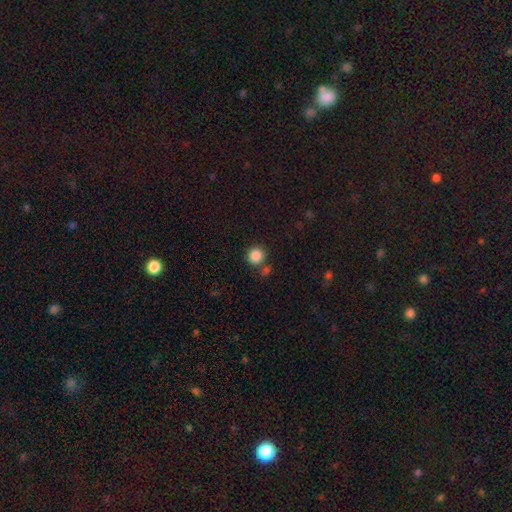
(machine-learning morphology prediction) Q: Smooth or featured?
A: smooth (86%); runner-up: star or artifact (10%)
Q: How rounded?
A: round (92%); runner-up: in between (7%)
Q: Merging?
A: none (73%); runner-up: merger (14%)